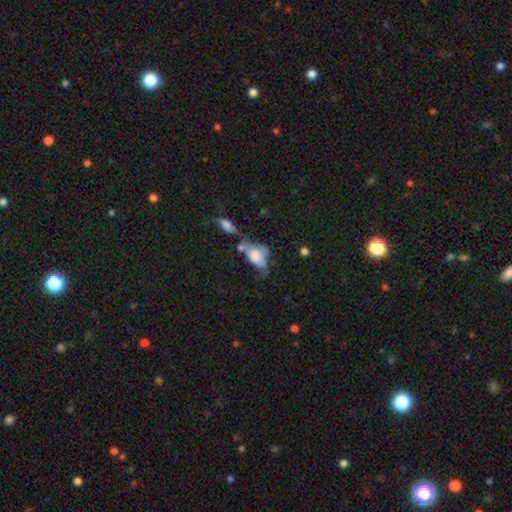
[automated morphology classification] This is likely a smooth galaxy (63%). How rounded: clearly in between (86%). Merging: marginally merger (44%).